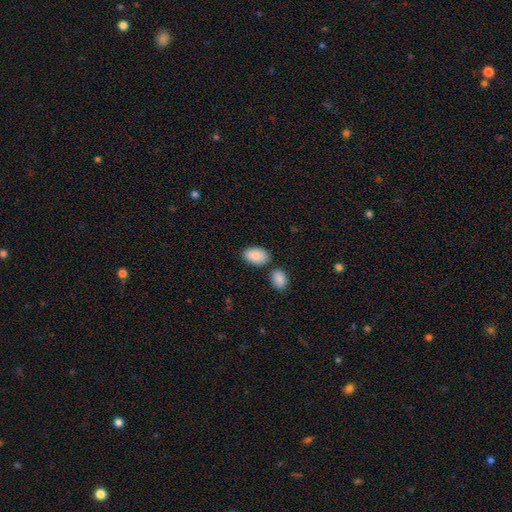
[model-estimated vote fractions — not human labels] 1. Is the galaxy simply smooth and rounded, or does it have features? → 89% smooth, 6% star or artifact, 5% featured or disk.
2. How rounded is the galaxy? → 93% in between, 6% round, 1% cigar-shaped.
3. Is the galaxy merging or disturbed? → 72% none, 13% minor disturbance, 12% merger, 3% major disturbance.